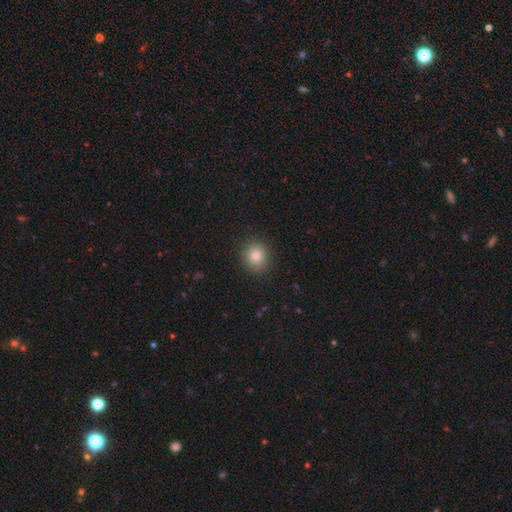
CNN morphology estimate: smooth_or_featured: smooth (p=0.80) [alt: star or artifact p=0.12]
how_rounded: round (p=0.82) [alt: in between p=0.17]
merging: none (p=0.90) [alt: minor disturbance p=0.07]